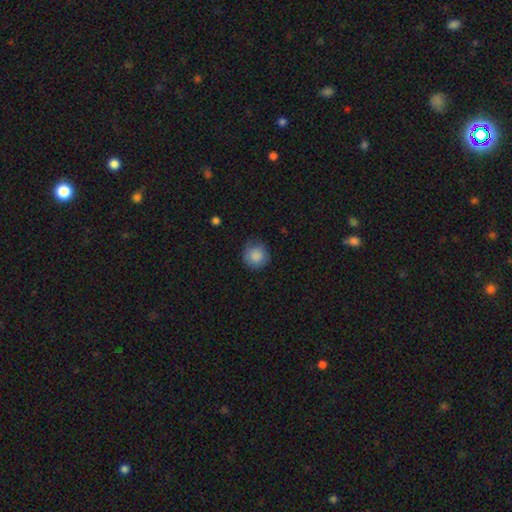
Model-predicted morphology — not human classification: A smooth galaxy with no disk features (87%) that is round (93%).

Vote fractions:
- Smooth or featured? smooth: 87% / star or artifact: 8% / featured or disk: 5%
- How rounded? round: 93% / in between: 6% / cigar-shaped: 1%
- Merging? none: 81% / minor disturbance: 14% / major disturbance: 3% / merger: 1%